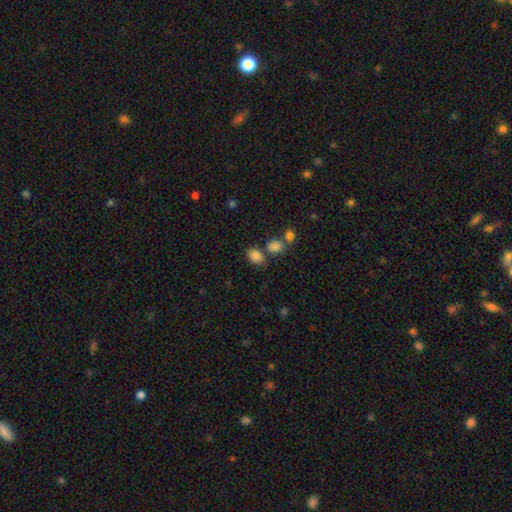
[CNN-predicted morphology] smooth 84%, star or artifact 12%, featured or disk 5%. Down the decision tree: how rounded — in between (67%); merging — none (62%).